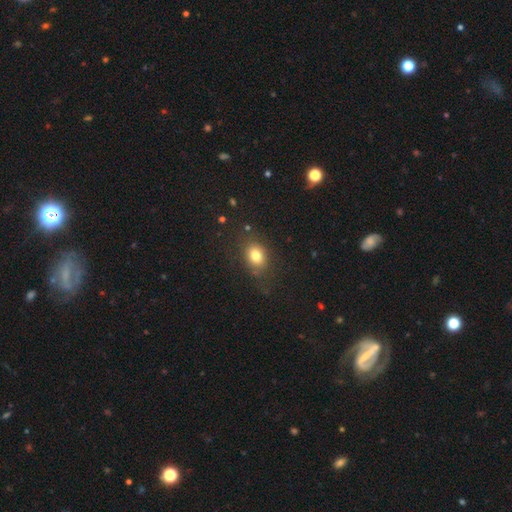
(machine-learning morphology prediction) type=smooth (79%); roundness=in between (57%); merging=none (76%).